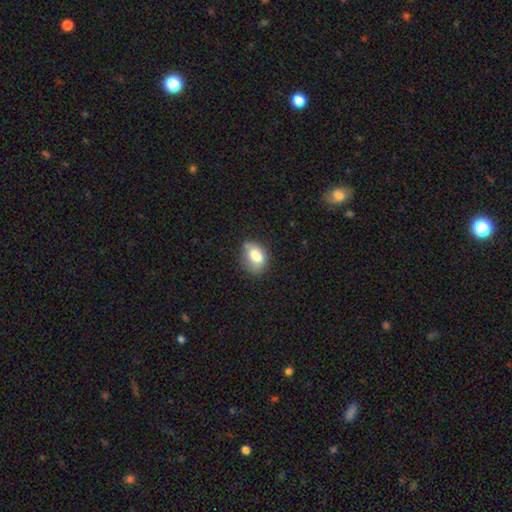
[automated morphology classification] Smooth or featured: smooth — 77% (featured or disk — 14%)
How rounded: in between — 70% (round — 28%)
Merging: none — 53% (minor disturbance — 34%)